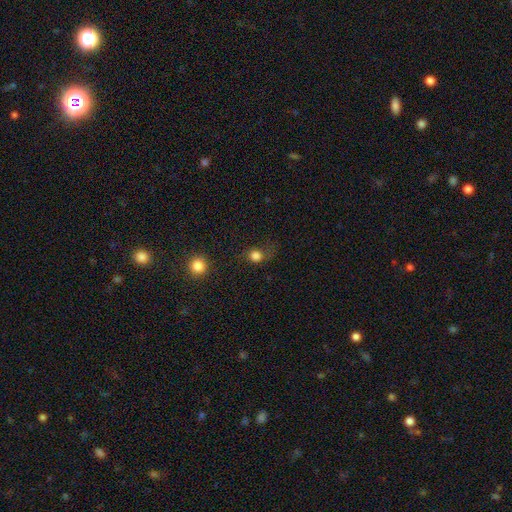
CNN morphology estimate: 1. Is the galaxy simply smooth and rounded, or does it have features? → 78% smooth, 15% star or artifact, 7% featured or disk.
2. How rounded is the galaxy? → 80% round, 18% in between, 1% cigar-shaped.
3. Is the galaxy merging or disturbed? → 53% none, 22% major disturbance, 21% minor disturbance, 4% merger.